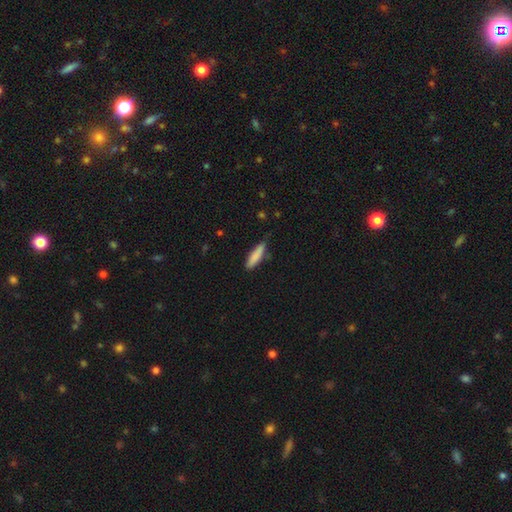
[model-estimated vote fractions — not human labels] smooth-or-featured: smooth: 84% | featured or disk: 10% | star or artifact: 6%
  how-rounded: cigar-shaped: 70% | in between: 29% | round: 1%
  merging: none: 72% | minor disturbance: 22% | major disturbance: 3% | merger: 2%